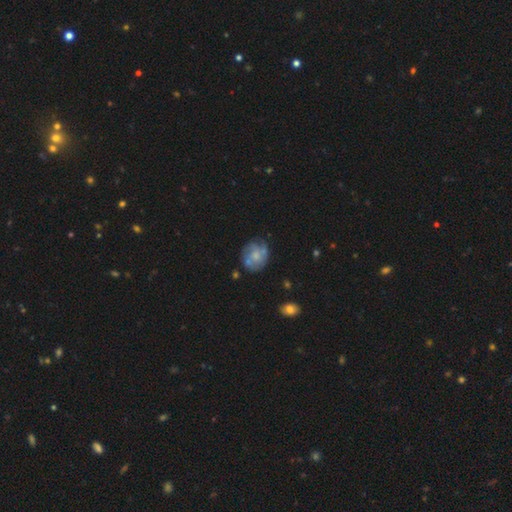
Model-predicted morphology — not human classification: Smooth or featured? featured or disk (50%)
Edge-on disk? no (98%)
Merging? none (61%)